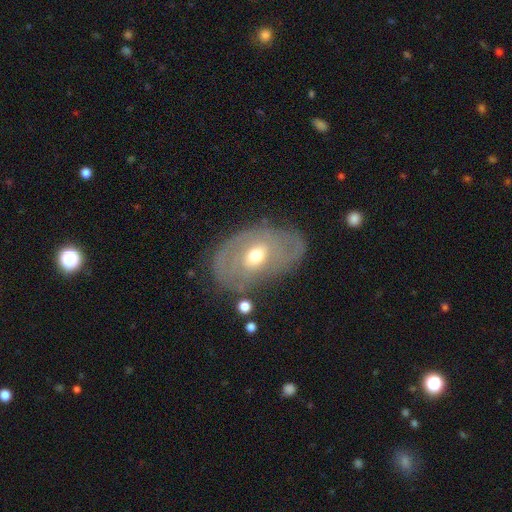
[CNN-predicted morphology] Smooth or featured?
  - featured or disk: 62% *
  - smooth: 31%
  - star or artifact: 7%
Edge-on disk?
  - no: 92% *
  - yes: 8%
Bar?
  - no: 59% *
  - weak: 32%
  - strong: 9%
Spiral arms?
  - no: 54% *
  - yes: 46%
Bulge size?
  - moderate: 70% *
  - small: 21%
  - large: 7%
  - dominant: 1%
  - none: 1%
Merging?
  - none: 65% *
  - minor disturbance: 21%
  - major disturbance: 11%
  - merger: 3%